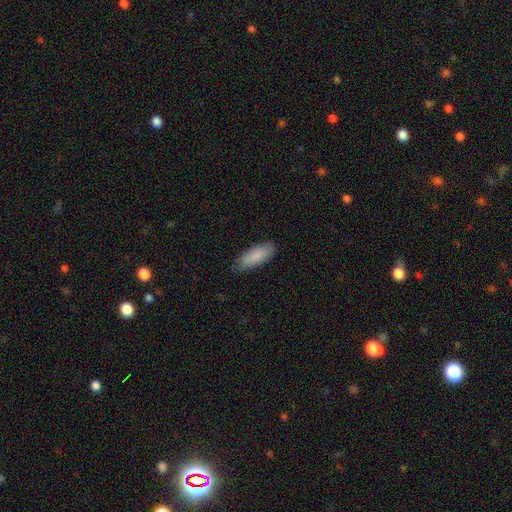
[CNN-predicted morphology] A smooth galaxy with no disk features (87%) that is in between round and cigar-shaped (72%). Merging: none (83%).